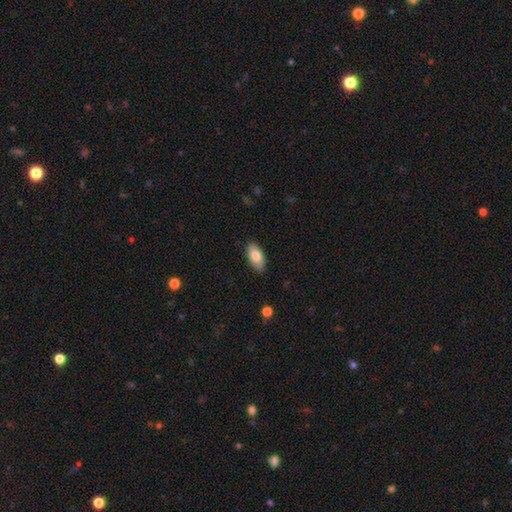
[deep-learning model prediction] Q: Smooth or featured?
A: smooth (81%); runner-up: featured or disk (13%)
Q: How rounded?
A: in between (92%); runner-up: cigar-shaped (5%)
Q: Merging?
A: none (86%); runner-up: minor disturbance (11%)